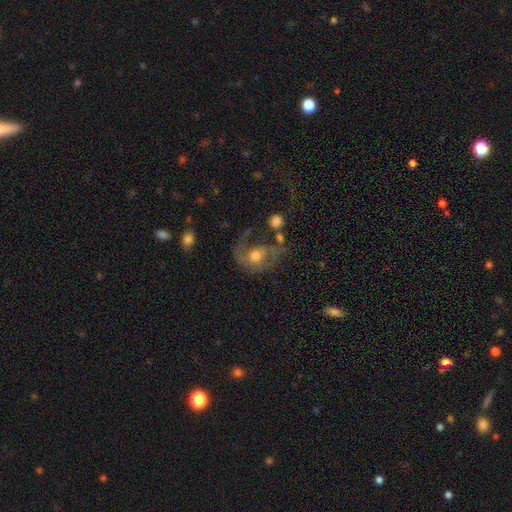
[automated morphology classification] Smooth or featured: featured or disk — 66% (smooth — 25%)
Edge-on disk: no — 97% (yes — 3%)
Bar: no — 70% (weak — 25%)
Spiral arms: yes — 81% (no — 19%)
Spiral winding: medium — 44% (loose — 40%)
Spiral arm count: 2 — 53% (1 — 30%)
Bulge size: moderate — 65% (small — 16%)
Merging: major disturbance — 37% (none — 34%)